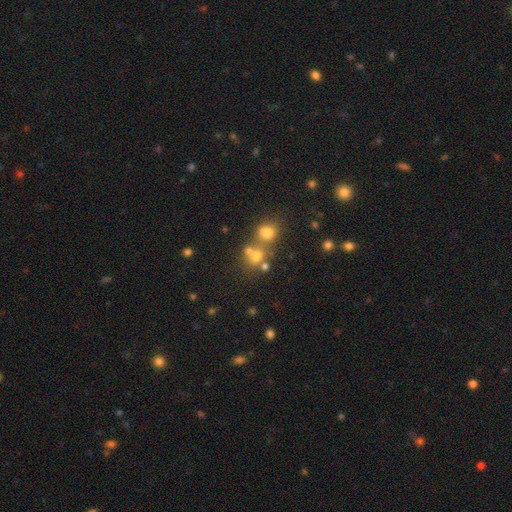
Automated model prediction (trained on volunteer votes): This appears to be a smooth galaxy with no disk features (63%) that is round (75%). Merging: merger (43%).